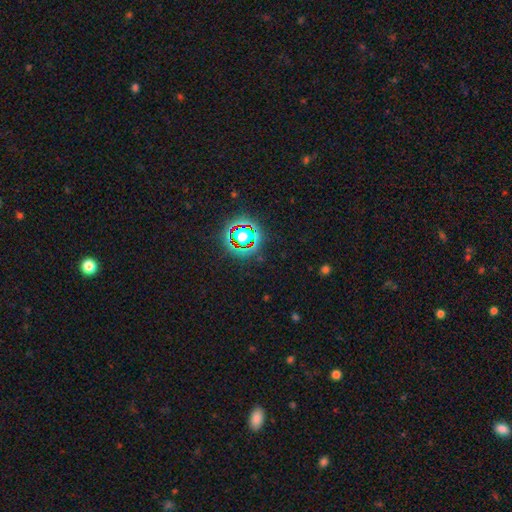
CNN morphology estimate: Smooth or featured?
  - star or artifact: 81% *
  - smooth: 12%
  - featured or disk: 7%